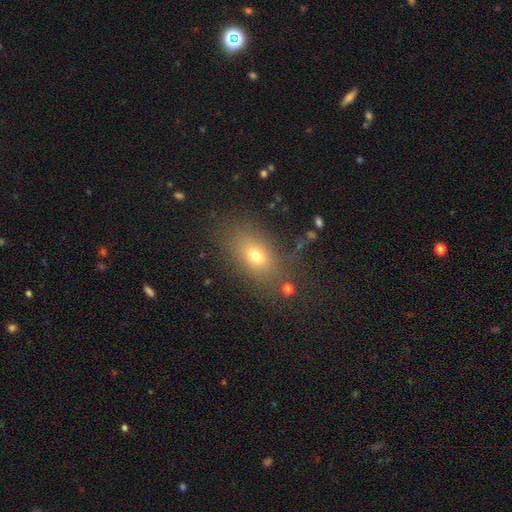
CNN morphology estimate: smooth_or_featured: smooth (p=0.70) [alt: star or artifact p=0.15]
how_rounded: in between (p=0.77) [alt: round p=0.18]
merging: none (p=0.76) [alt: minor disturbance p=0.13]